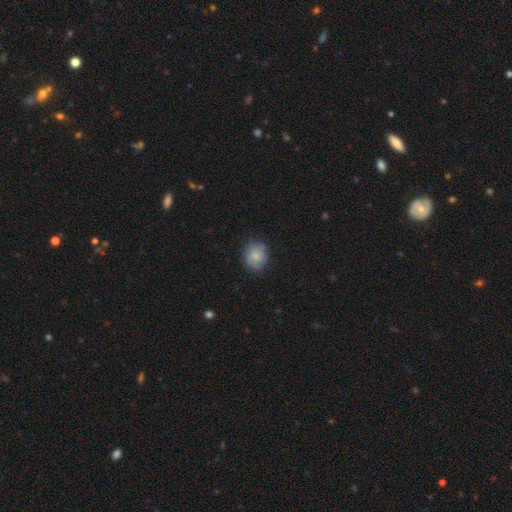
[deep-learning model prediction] smooth_or_featured: smooth (p=0.78) [alt: featured or disk p=0.14]
how_rounded: round (p=0.67) [alt: in between p=0.32]
merging: none (p=0.78) [alt: minor disturbance p=0.17]